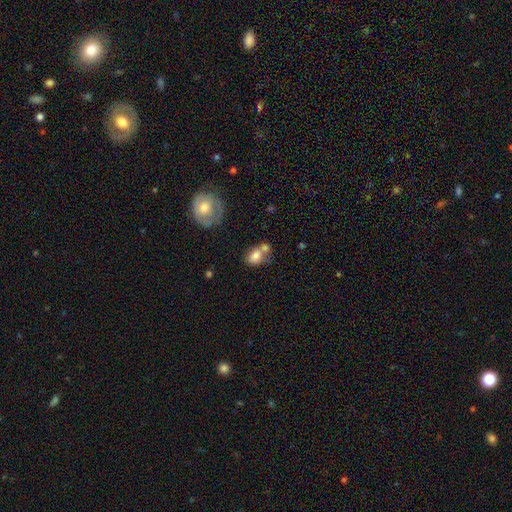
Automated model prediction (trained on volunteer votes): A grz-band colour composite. It shows a smooth galaxy with no disk features (76%) that is in between round and cigar-shaped (68%). Merging: merger (50%).